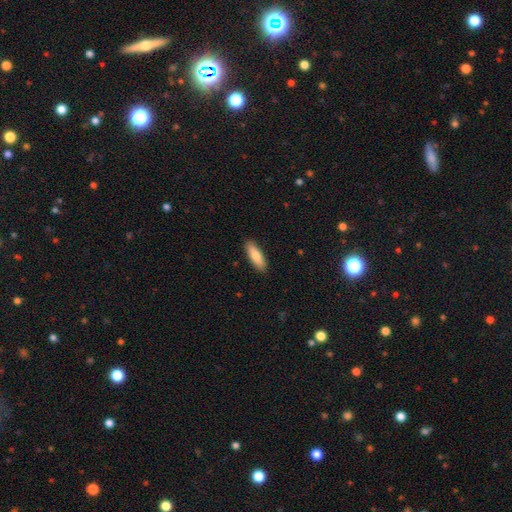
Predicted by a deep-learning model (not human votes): A smooth galaxy with no disk features (80%) that is in between round and cigar-shaped (52%). Merging: none (89%).